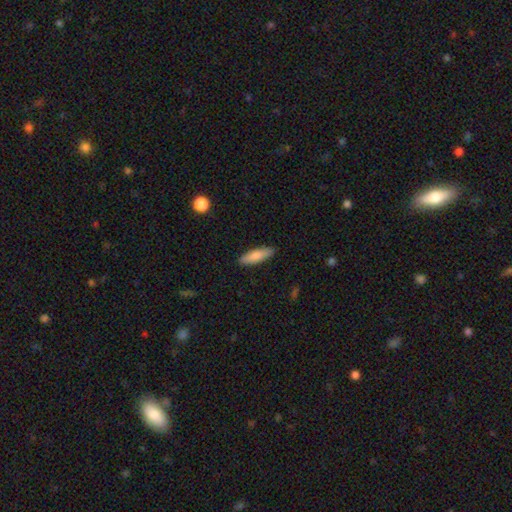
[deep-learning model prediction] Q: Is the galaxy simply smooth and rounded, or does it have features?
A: smooth — 80%.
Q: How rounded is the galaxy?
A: cigar-shaped — 57%.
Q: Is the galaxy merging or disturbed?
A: none — 89%.